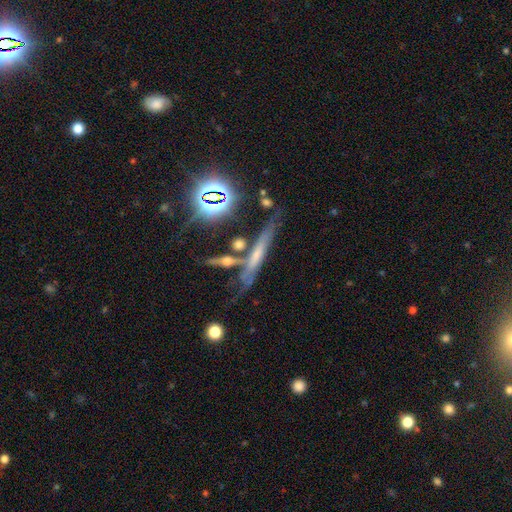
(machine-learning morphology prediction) Smooth or featured?
  - featured or disk: 41% *
  - smooth: 33%
  - star or artifact: 26%
Merging?
  - none: 65% *
  - minor disturbance: 16%
  - merger: 13%
  - major disturbance: 6%